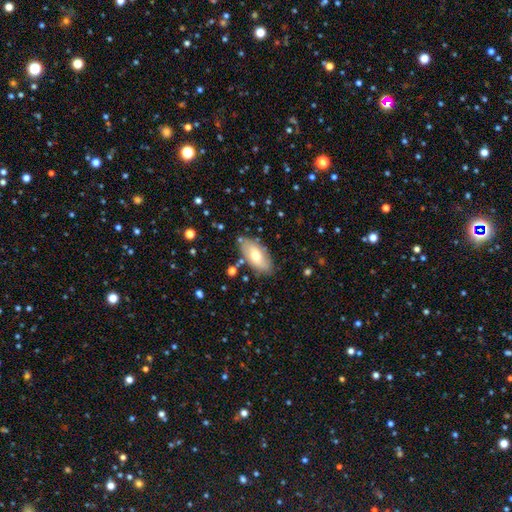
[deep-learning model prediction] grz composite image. It shows a smooth galaxy with no disk features (66%) that is in between round and cigar-shaped (90%). Merging: none (81%).